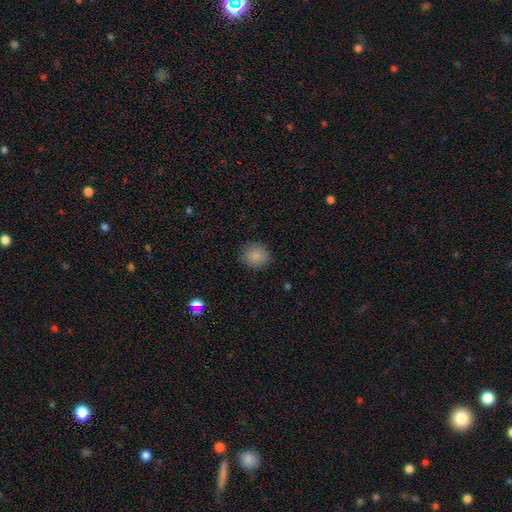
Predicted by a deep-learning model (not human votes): The model was most divided on "how rounded": round: 86%, in between: 13%, cigar-shaped: 1%. More confident: merging — none (88%); smooth or featured — smooth (86%).